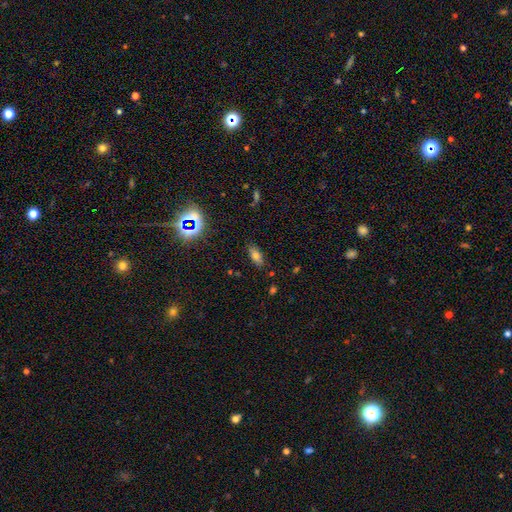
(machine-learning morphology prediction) smooth 70%, star or artifact 17%, featured or disk 13%. Down the decision tree: how rounded — in between (83%); merging — none (84%).